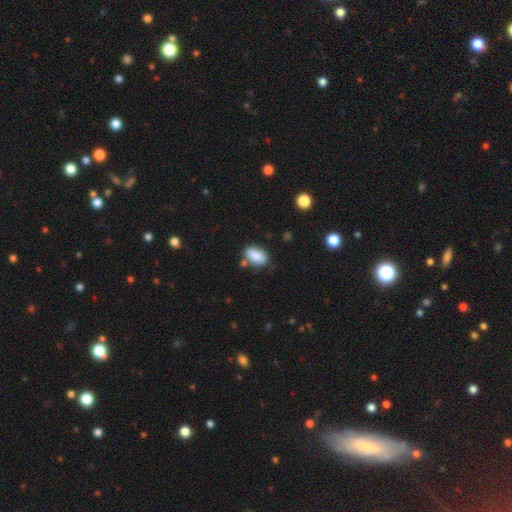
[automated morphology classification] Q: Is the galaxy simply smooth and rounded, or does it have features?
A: smooth — 87%.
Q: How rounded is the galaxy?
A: in between — 92%.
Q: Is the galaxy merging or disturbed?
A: none — 71%.